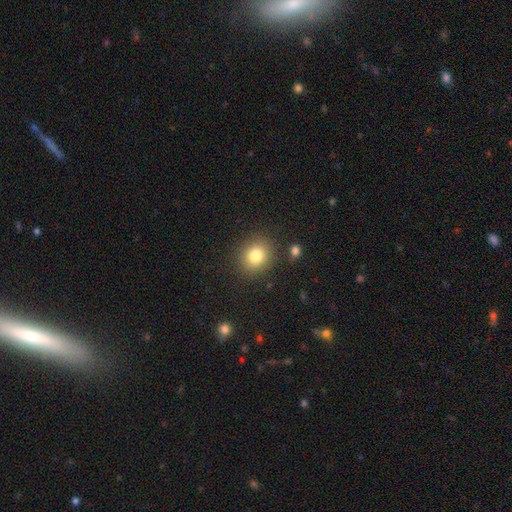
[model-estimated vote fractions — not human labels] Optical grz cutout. It shows a smooth galaxy with no disk features (81%) that is round (77%). Merging: none (86%).